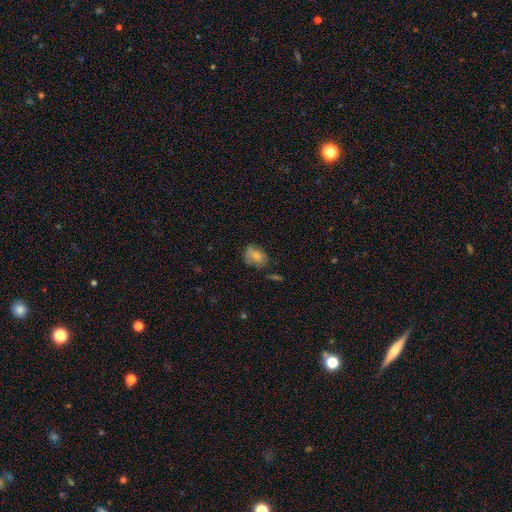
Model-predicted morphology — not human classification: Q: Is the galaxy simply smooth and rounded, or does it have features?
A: smooth — 77%.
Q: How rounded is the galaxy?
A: in between — 74%.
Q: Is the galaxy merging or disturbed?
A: none — 56%.